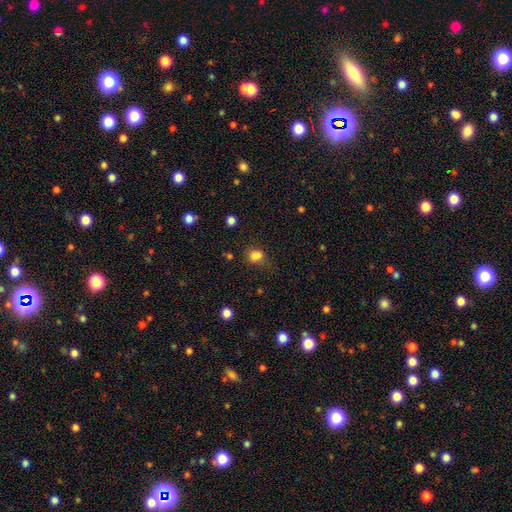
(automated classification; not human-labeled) This appears to be a smooth galaxy with no disk features (79%) that is round (51%). Merging: none (54%).